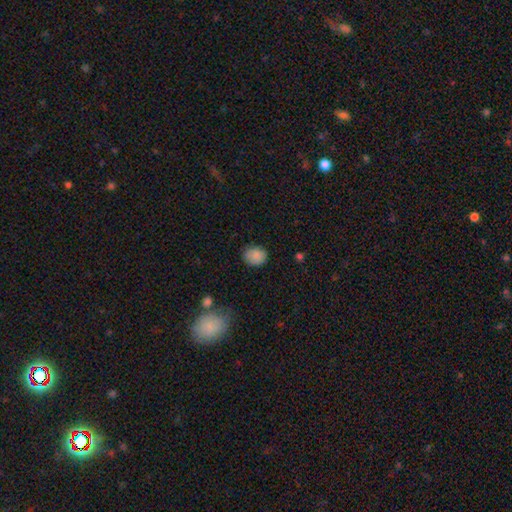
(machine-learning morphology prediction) Smooth or featured? smooth (86%)
How rounded? round (61%)
Merging? none (79%)